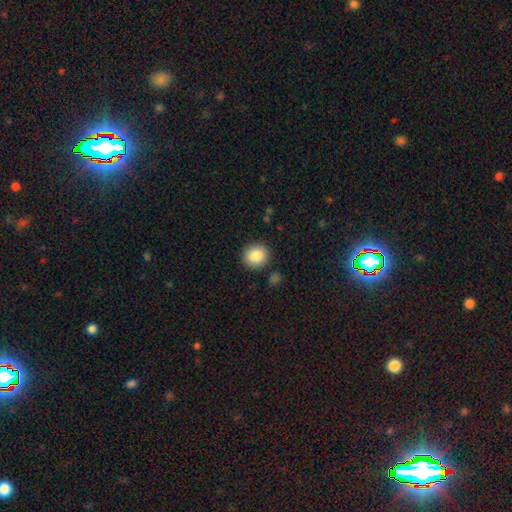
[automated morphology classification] smooth_or_featured: smooth (p=0.85) [alt: star or artifact p=0.09]
how_rounded: round (p=0.88) [alt: in between p=0.11]
merging: none (p=0.89) [alt: minor disturbance p=0.07]